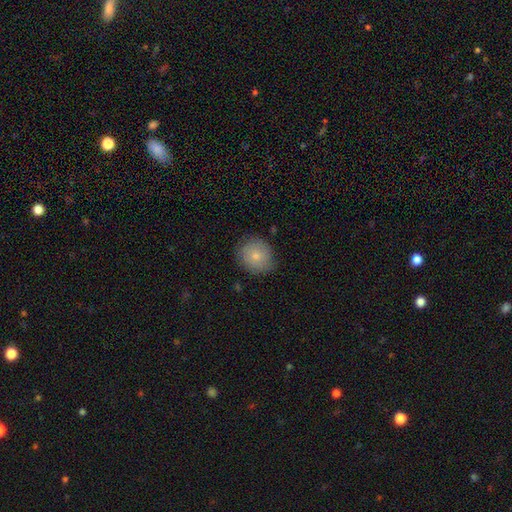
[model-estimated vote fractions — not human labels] Morphology: type=smooth (76%); roundness=round (81%); merging=none (77%).